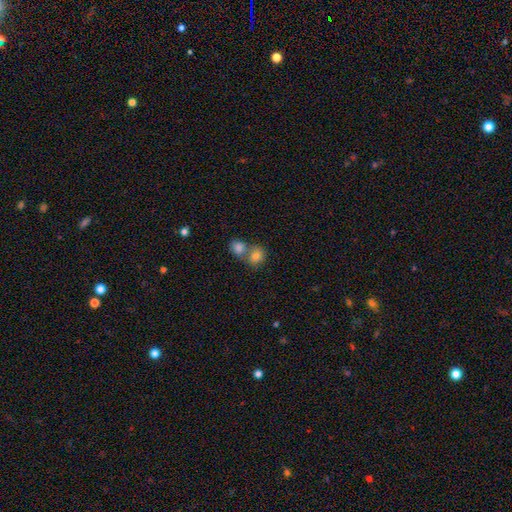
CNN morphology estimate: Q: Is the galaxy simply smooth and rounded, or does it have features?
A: smooth — 81%.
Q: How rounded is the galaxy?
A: round — 71%.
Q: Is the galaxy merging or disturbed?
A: merger — 52%.